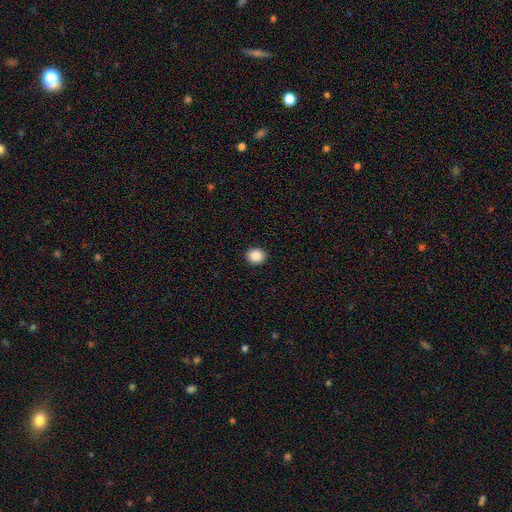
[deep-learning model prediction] smooth_or_featured: smooth (p=0.88) [alt: star or artifact p=0.09]
how_rounded: round (p=0.82) [alt: in between p=0.18]
merging: none (p=0.93) [alt: minor disturbance p=0.05]